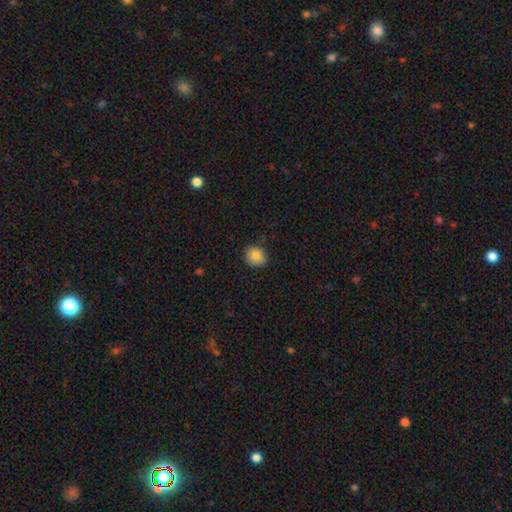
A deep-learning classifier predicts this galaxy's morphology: smooth_or_featured: smooth (p=0.87) [alt: star or artifact p=0.09]
how_rounded: round (p=0.73) [alt: in between p=0.26]
merging: none (p=0.82) [alt: minor disturbance p=0.14]